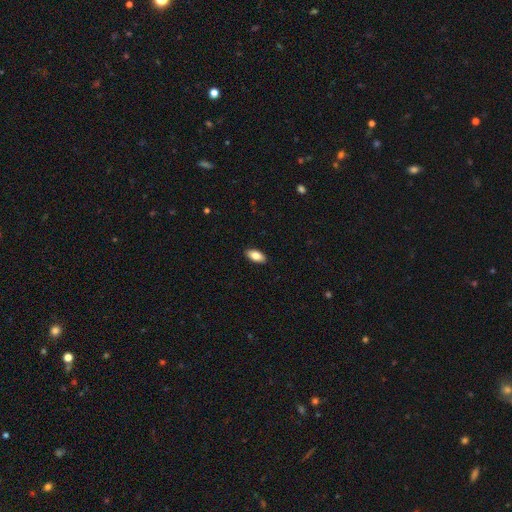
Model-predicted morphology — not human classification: Smooth or featured? smooth (84%)
How rounded? in between (91%)
Merging? none (90%)